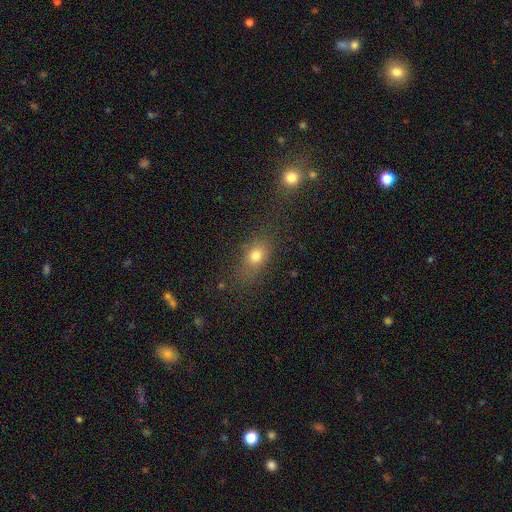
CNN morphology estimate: The model was most divided on "how rounded": in between: 64%, round: 30%, cigar-shaped: 6%. More confident: smooth or featured — smooth (74%); merging — none (71%).